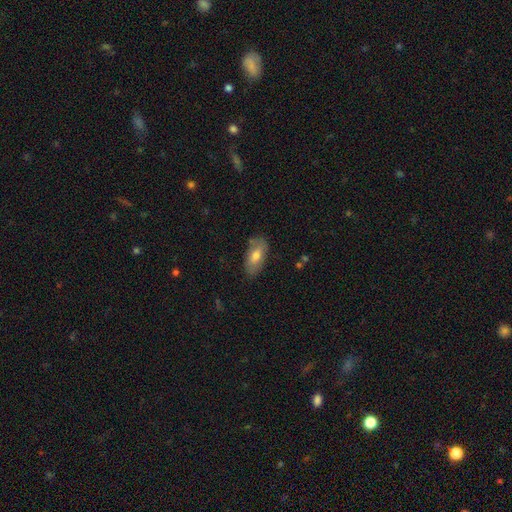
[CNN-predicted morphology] Smooth or featured? smooth (68%)
How rounded? in between (89%)
Merging? none (75%)